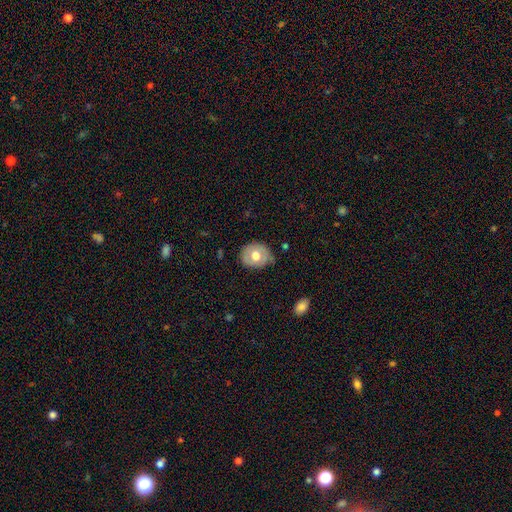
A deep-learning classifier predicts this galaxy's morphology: smooth_or_featured: smooth (p=0.61) [alt: featured or disk p=0.32]
how_rounded: round (p=0.69) [alt: in between p=0.30]
merging: none (p=0.72) [alt: minor disturbance p=0.22]